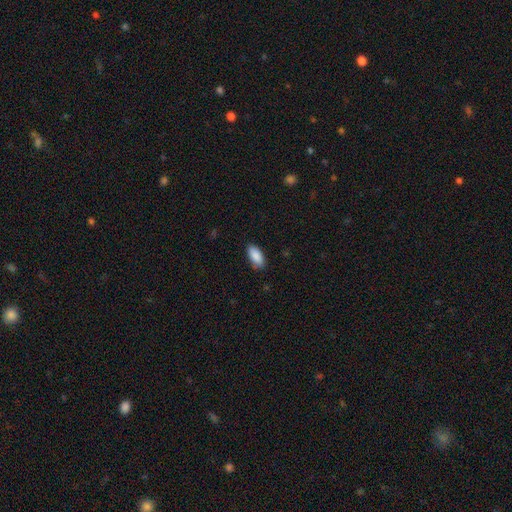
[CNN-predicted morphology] A smooth galaxy with no disk features (90%) that is in between round and cigar-shaped (91%).

Vote fractions:
- Smooth or featured? smooth: 90% / star or artifact: 6% / featured or disk: 4%
- How rounded? in between: 91% / cigar-shaped: 7% / round: 2%
- Merging? none: 84% / minor disturbance: 13% / major disturbance: 2% / merger: 1%